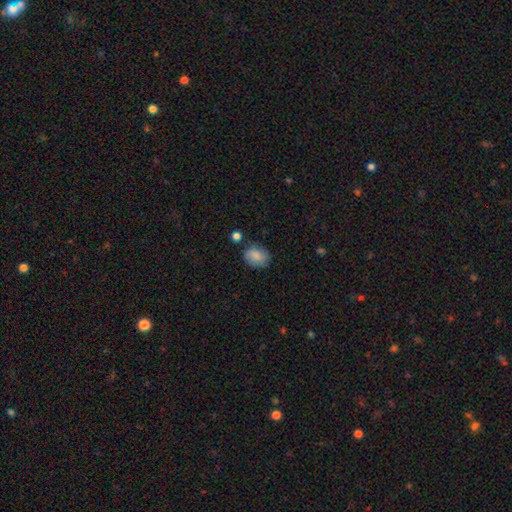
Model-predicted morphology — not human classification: Smooth or featured: smooth — 86% (star or artifact — 8%)
How rounded: in between — 60% (round — 39%)
Merging: none — 77% (minor disturbance — 16%)